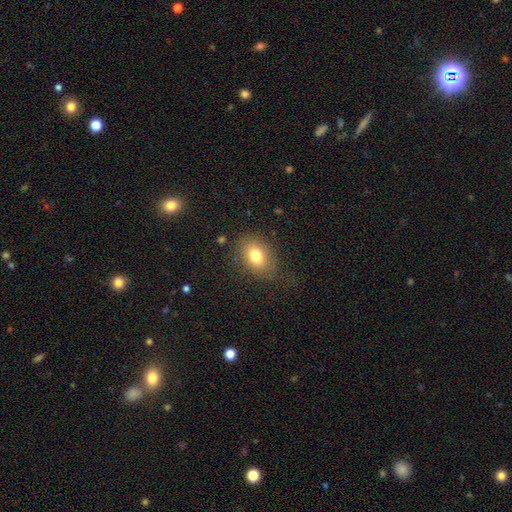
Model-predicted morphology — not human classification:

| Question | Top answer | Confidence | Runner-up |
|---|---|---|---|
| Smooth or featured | smooth | 77% | featured or disk (13%) |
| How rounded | in between | 76% | round (22%) |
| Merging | none | 70% | minor disturbance (20%) |